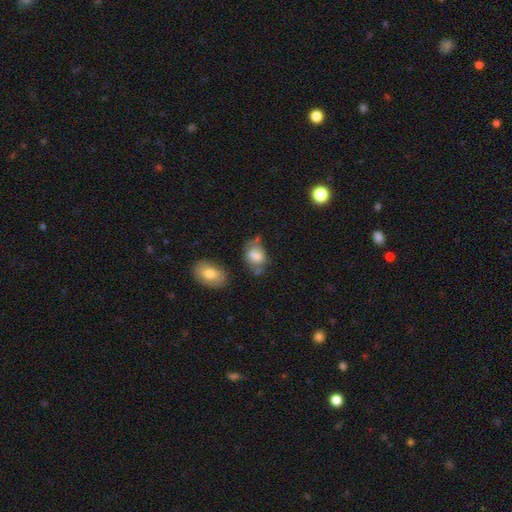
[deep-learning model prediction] smooth_or_featured: smooth (p=0.72) [alt: featured or disk p=0.19]
how_rounded: in between (p=0.77) [alt: round p=0.21]
merging: none (p=0.39) [alt: minor disturbance p=0.30]